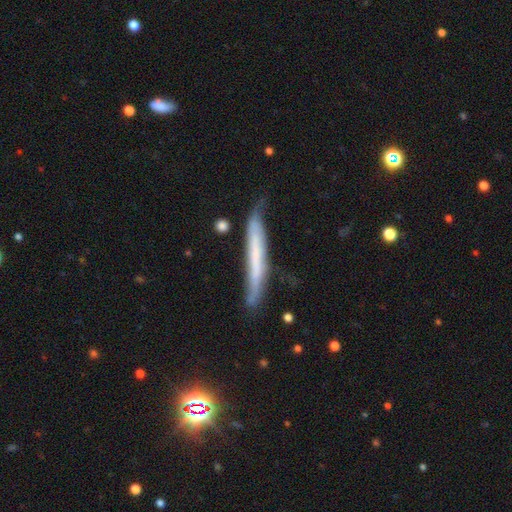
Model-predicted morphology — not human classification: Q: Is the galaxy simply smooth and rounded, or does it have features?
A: featured or disk — 47%.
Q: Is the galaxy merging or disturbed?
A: none — 66%.